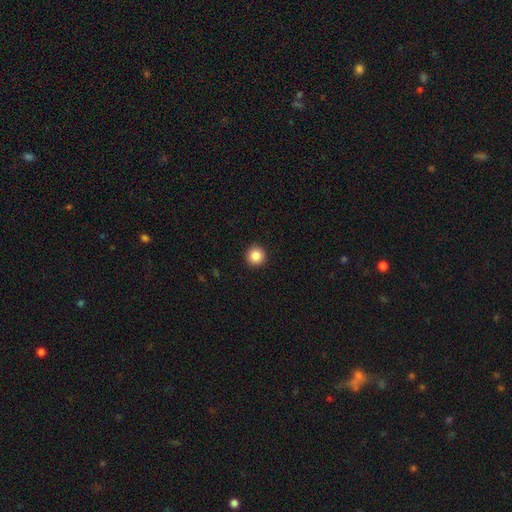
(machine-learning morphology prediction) Q: Smooth or featured?
A: smooth (87%); runner-up: star or artifact (9%)
Q: How rounded?
A: round (96%); runner-up: in between (3%)
Q: Merging?
A: none (93%); runner-up: minor disturbance (4%)